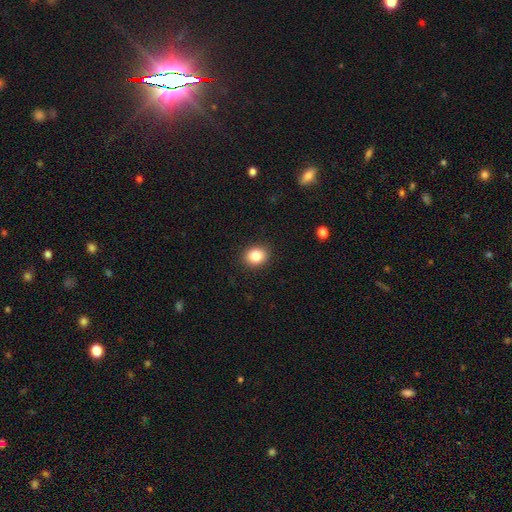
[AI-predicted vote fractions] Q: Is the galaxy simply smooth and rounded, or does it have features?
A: smooth — 85%.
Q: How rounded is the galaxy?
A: round — 57%.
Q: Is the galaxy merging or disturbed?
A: none — 90%.